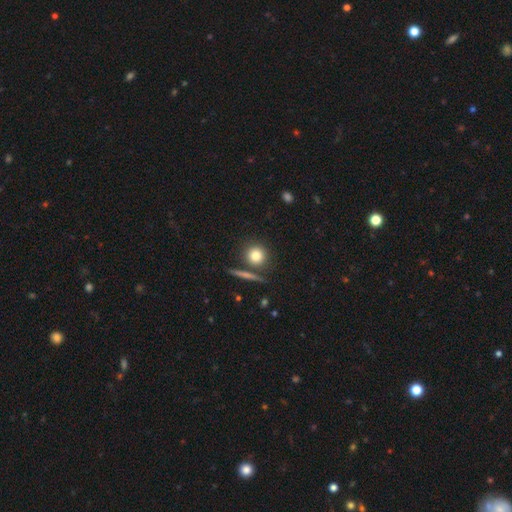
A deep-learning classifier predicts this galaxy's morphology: This is likely a smooth galaxy (80%). How rounded: clearly round (89%). Merging: likely none (76%).